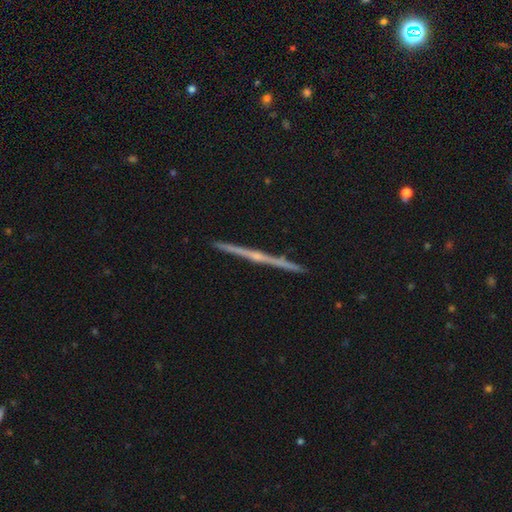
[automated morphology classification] Q: Smooth or featured?
A: featured or disk (81%); runner-up: smooth (13%)
Q: Edge-on disk?
A: yes (99%); runner-up: no (1%)
Q: Edge-on bulge?
A: rounded (59%); runner-up: none (34%)
Q: Merging?
A: none (93%); runner-up: minor disturbance (5%)